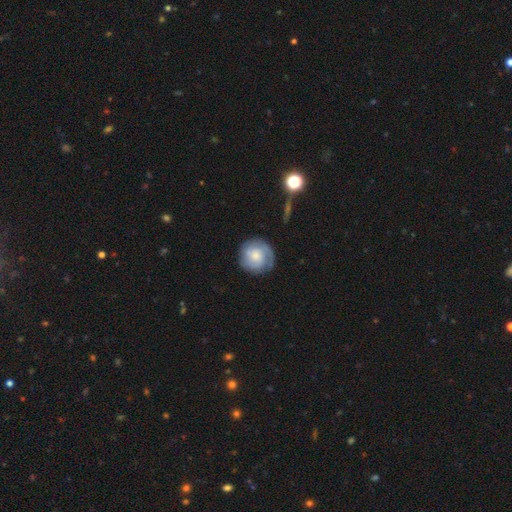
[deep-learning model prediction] featured or disk 51%, smooth 43%, star or artifact 6%. Down the decision tree: edge-on disk — no (98%); merging — none (78%).